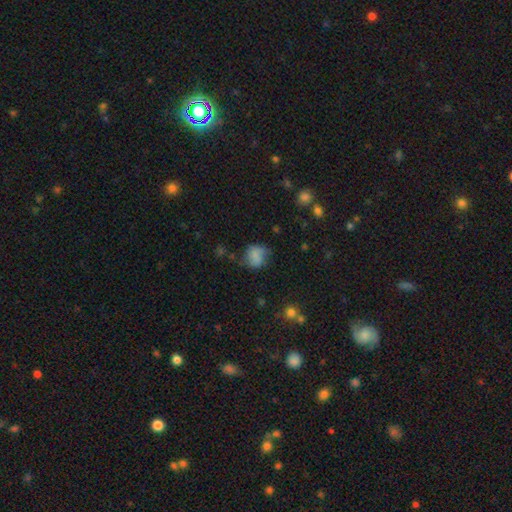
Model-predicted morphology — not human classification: Smooth or featured? Predicted: smooth (p=0.67). How rounded? Predicted: round (p=0.64). Merging? Predicted: none (p=0.51).